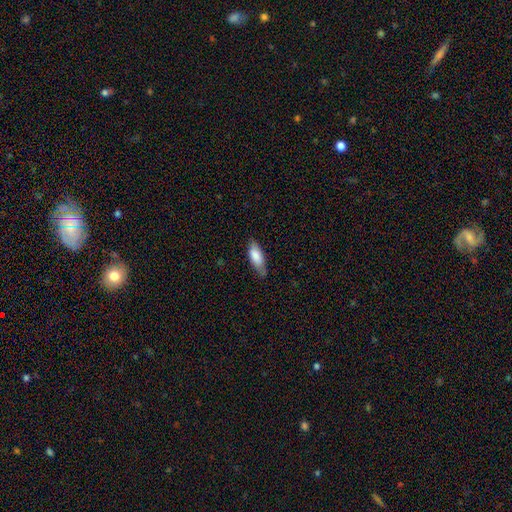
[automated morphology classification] Overall: smooth (78%). How rounded: in between (69%). Merging: none (69%).